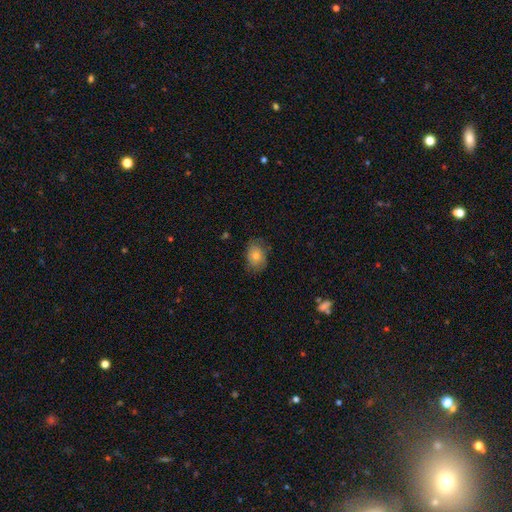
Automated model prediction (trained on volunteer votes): Q: Smooth or featured?
A: smooth (76%); runner-up: featured or disk (15%)
Q: How rounded?
A: in between (71%); runner-up: round (28%)
Q: Merging?
A: none (75%); runner-up: minor disturbance (19%)